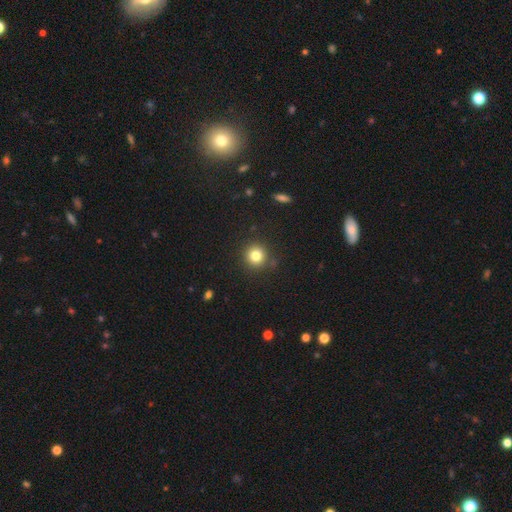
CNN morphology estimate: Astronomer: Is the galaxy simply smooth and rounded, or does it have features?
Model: smooth — 81%.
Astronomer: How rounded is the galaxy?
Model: round — 93%.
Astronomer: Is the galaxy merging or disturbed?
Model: none — 88%.